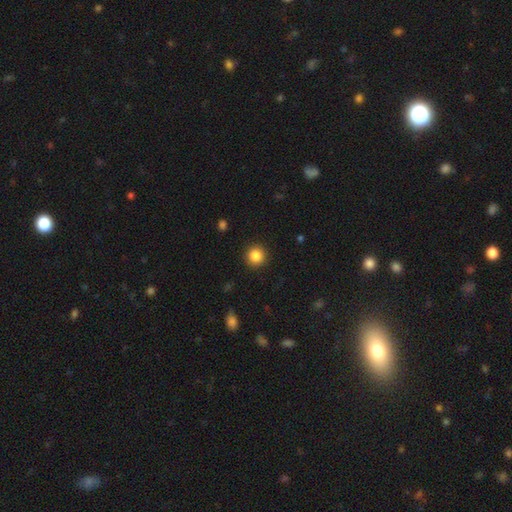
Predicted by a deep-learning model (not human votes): Smooth or featured: smooth — 86% (star or artifact — 10%)
How rounded: round — 94% (in between — 5%)
Merging: none — 91% (minor disturbance — 6%)